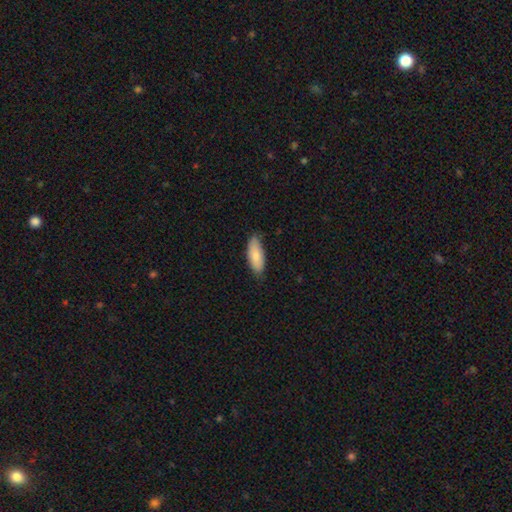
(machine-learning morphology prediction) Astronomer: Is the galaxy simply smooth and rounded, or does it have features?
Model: smooth — 82%.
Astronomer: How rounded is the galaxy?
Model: in between — 79%.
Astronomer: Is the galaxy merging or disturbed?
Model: none — 77%.